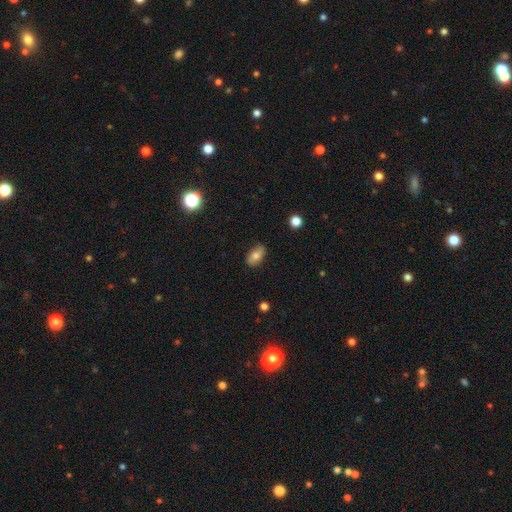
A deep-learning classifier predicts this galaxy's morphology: This appears to be a smooth galaxy with no disk features (77%) that is in between round and cigar-shaped (91%). Merging: none (81%).